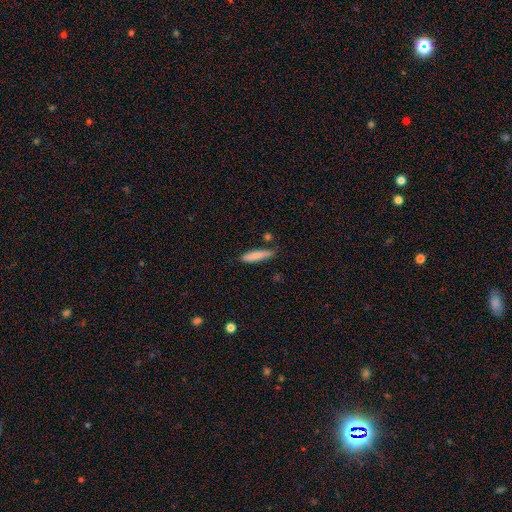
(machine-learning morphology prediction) The model was most divided on "merging": none: 77%, minor disturbance: 17%, merger: 4%, major disturbance: 3%. More confident: smooth or featured — smooth (84%); how rounded — cigar-shaped (81%).